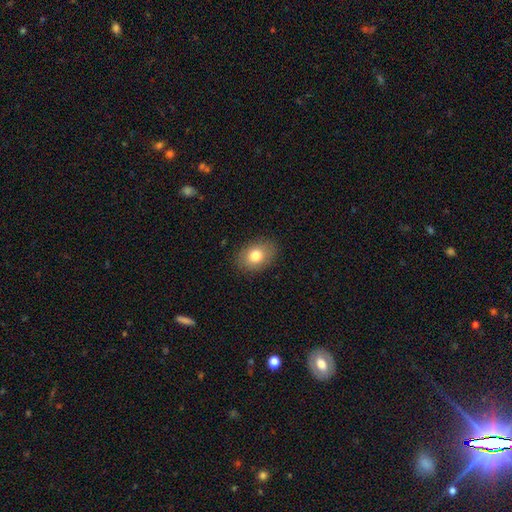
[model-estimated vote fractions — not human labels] A smooth galaxy with no disk features (79%) that is in between round and cigar-shaped (71%). Merging: none (88%).